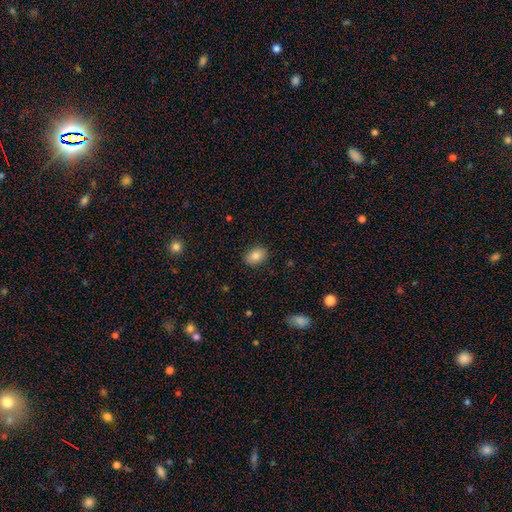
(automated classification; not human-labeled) This appears to be a smooth galaxy with no disk features (84%) that is in between round and cigar-shaped (73%). Merging: none (87%).